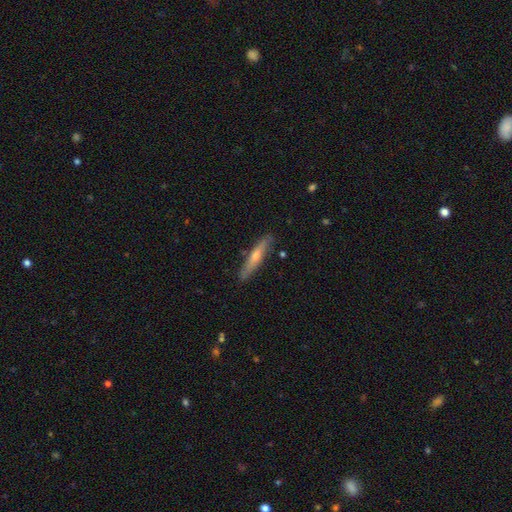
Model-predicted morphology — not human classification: type=featured or disk (51%); edge-on=yes (92%); merging=none (86%).